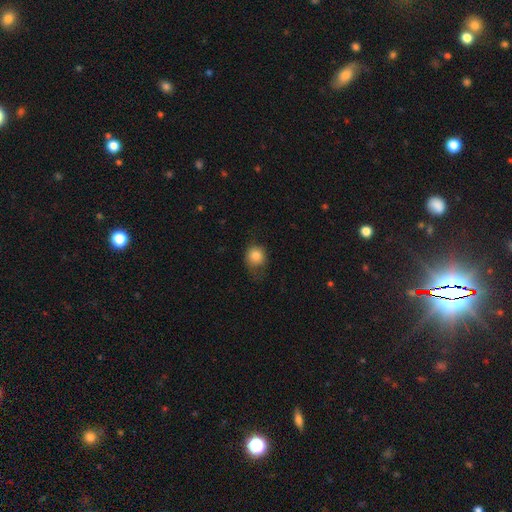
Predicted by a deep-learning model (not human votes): Smooth or featured: smooth — 82% (star or artifact — 10%)
How rounded: round — 72% (in between — 27%)
Merging: none — 50% (minor disturbance — 33%)